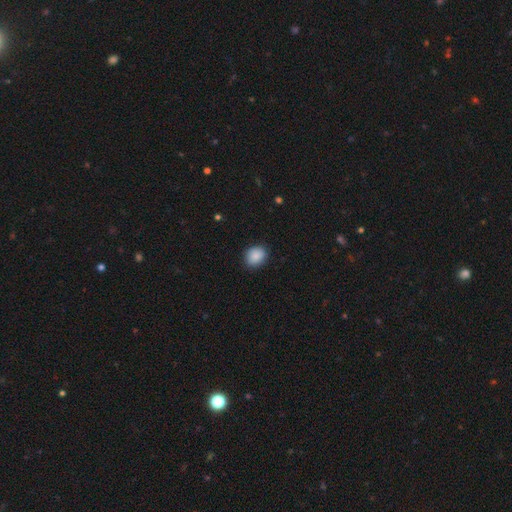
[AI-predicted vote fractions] smooth_or_featured: smooth (p=0.88) [alt: star or artifact p=0.08]
how_rounded: round (p=0.55) [alt: in between p=0.44]
merging: none (p=0.85) [alt: minor disturbance p=0.12]